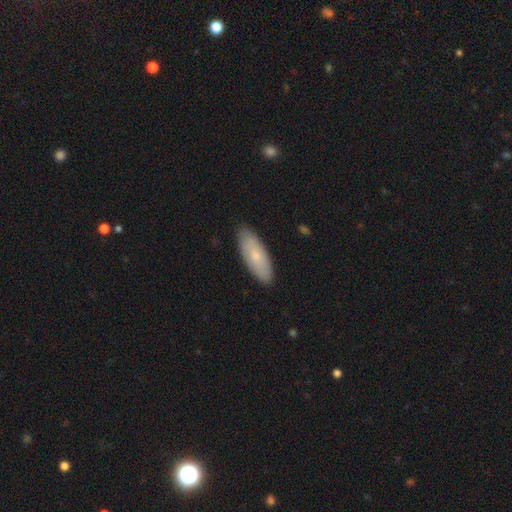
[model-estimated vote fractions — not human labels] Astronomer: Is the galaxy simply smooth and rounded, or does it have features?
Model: smooth — 73%.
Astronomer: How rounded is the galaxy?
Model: in between — 75%.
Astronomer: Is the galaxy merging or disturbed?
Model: none — 86%.